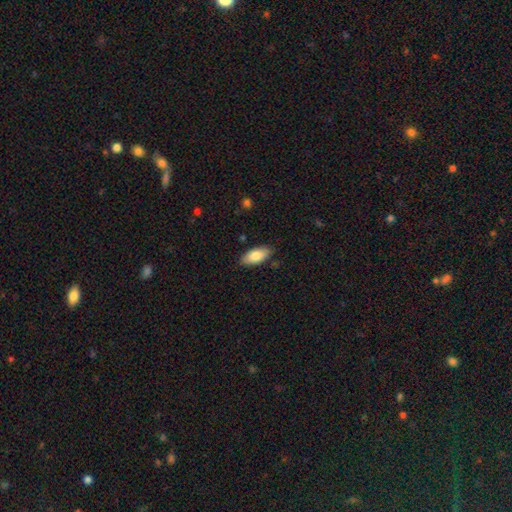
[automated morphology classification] A smooth galaxy with no disk features (82%) that is in between round and cigar-shaped (87%).

Vote fractions:
- Smooth or featured? smooth: 82% / featured or disk: 12% / star or artifact: 6%
- How rounded? in between: 87% / cigar-shaped: 10% / round: 2%
- Merging? none: 85% / minor disturbance: 11% / major disturbance: 2% / merger: 1%